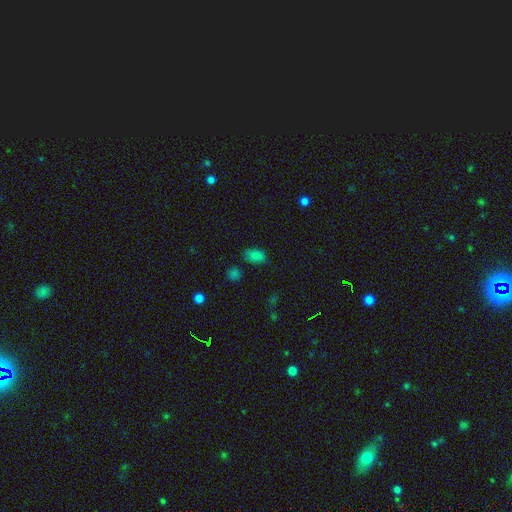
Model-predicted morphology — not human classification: A smooth galaxy with no disk features (76%) that is in between round and cigar-shaped (88%). Merging: none (69%).